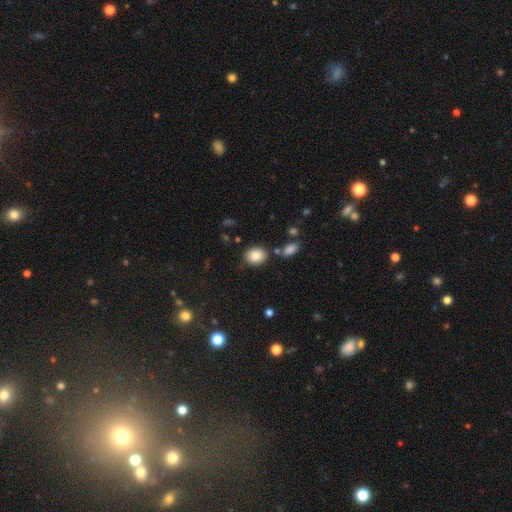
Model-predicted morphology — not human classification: Q: Smooth or featured?
A: smooth (87%); runner-up: star or artifact (8%)
Q: How rounded?
A: round (56%); runner-up: in between (43%)
Q: Merging?
A: none (79%); runner-up: minor disturbance (11%)